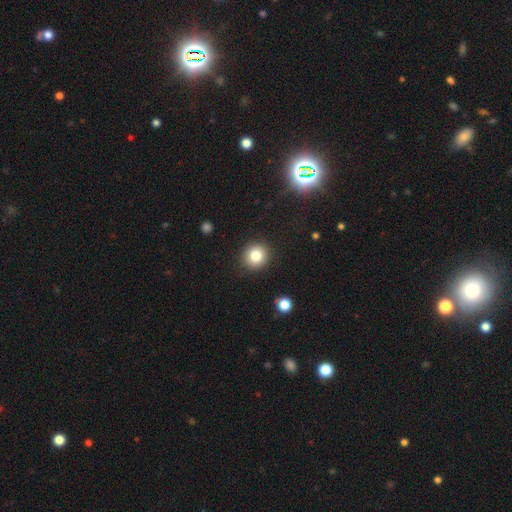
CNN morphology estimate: smooth-or-featured: smooth: 81% | star or artifact: 11% | featured or disk: 8%
  how-rounded: round: 89% | in between: 10% | cigar-shaped: 1%
  merging: none: 90% | minor disturbance: 6% | major disturbance: 2% | merger: 1%